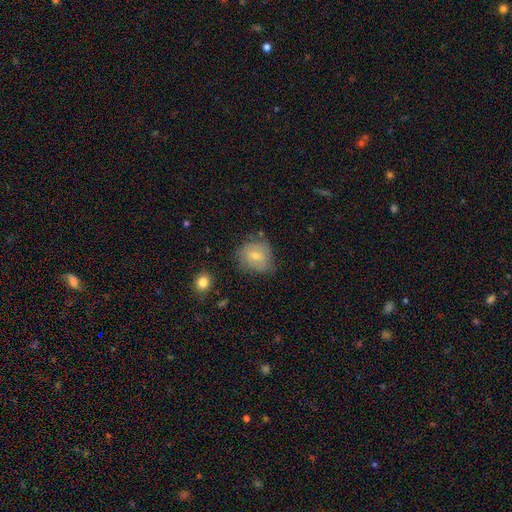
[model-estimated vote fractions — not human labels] Q: Smooth or featured?
A: smooth (54%); runner-up: featured or disk (38%)
Q: How rounded?
A: round (70%); runner-up: in between (29%)
Q: Merging?
A: none (59%); runner-up: minor disturbance (29%)